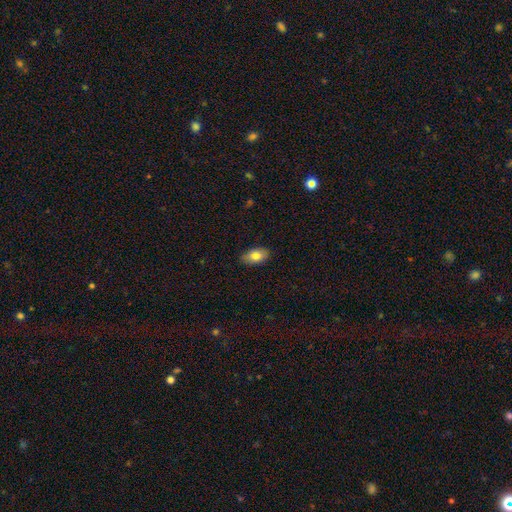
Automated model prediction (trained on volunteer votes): This appears to be a smooth galaxy with no disk features (79%) that is in between round and cigar-shaped (92%). Merging: none (86%).